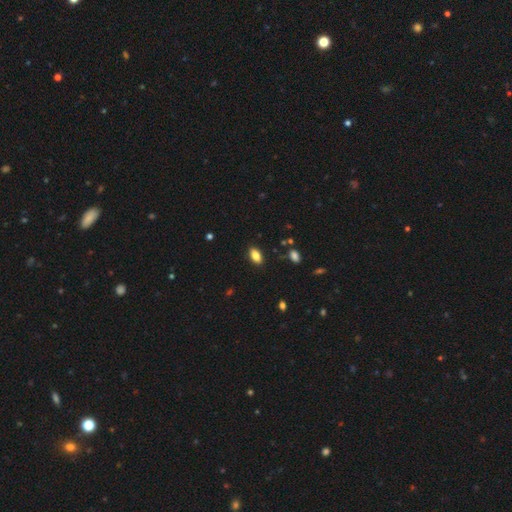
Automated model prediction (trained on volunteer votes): Smooth or featured?
  - smooth: 84% *
  - star or artifact: 9%
  - featured or disk: 8%
How rounded?
  - in between: 90% *
  - round: 5%
  - cigar-shaped: 5%
Merging?
  - none: 87% *
  - minor disturbance: 10%
  - major disturbance: 2%
  - merger: 1%